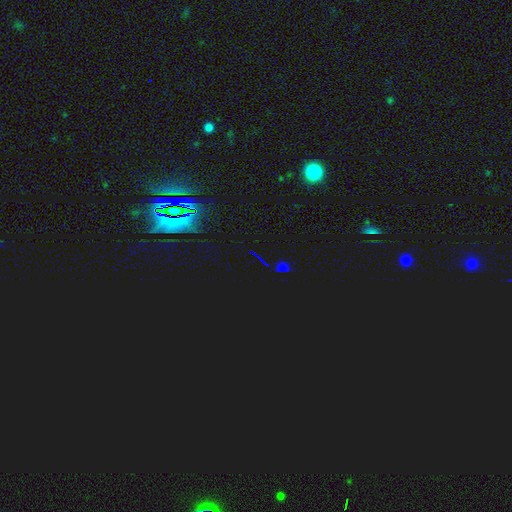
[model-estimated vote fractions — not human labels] smooth_or_featured: star or artifact (p=0.76) [alt: smooth p=0.15]